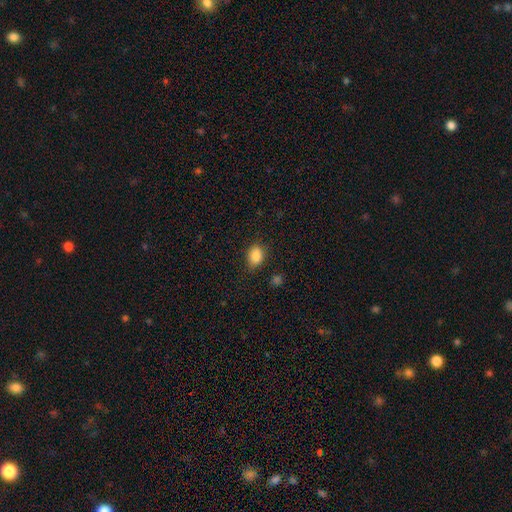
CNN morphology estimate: Smooth or featured? smooth (86%)
How rounded? in between (64%)
Merging? none (81%)